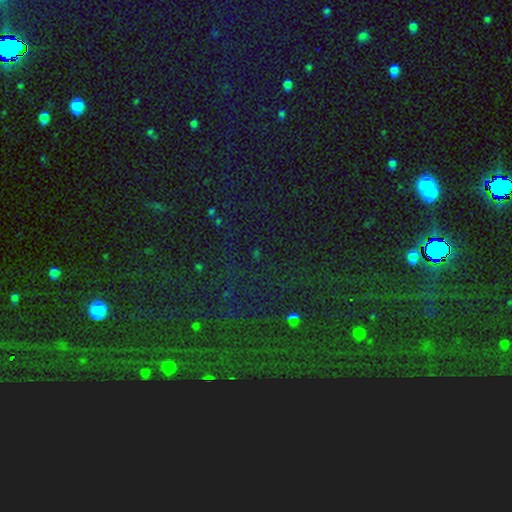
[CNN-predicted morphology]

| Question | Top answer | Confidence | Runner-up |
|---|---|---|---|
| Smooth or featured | star or artifact | 83% | smooth (10%) |